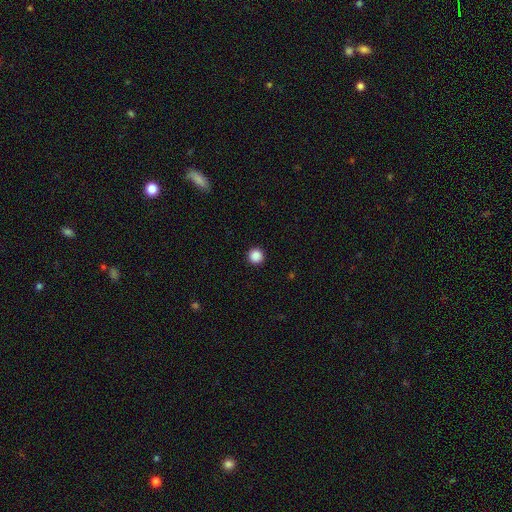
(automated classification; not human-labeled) Smooth or featured?
  - smooth: 88% *
  - star or artifact: 10%
  - featured or disk: 2%
How rounded?
  - round: 96% *
  - in between: 3%
  - cigar-shaped: 1%
Merging?
  - none: 94% *
  - minor disturbance: 4%
  - major disturbance: 1%
  - merger: 1%